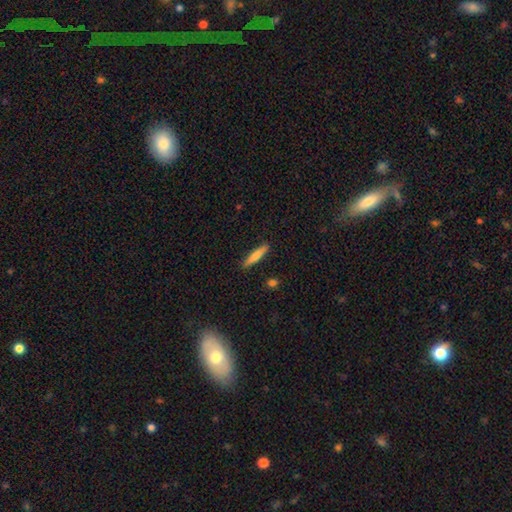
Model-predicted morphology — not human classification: This is likely a smooth galaxy (72%). How rounded: clearly cigar-shaped (89%). Merging: clearly none (89%).